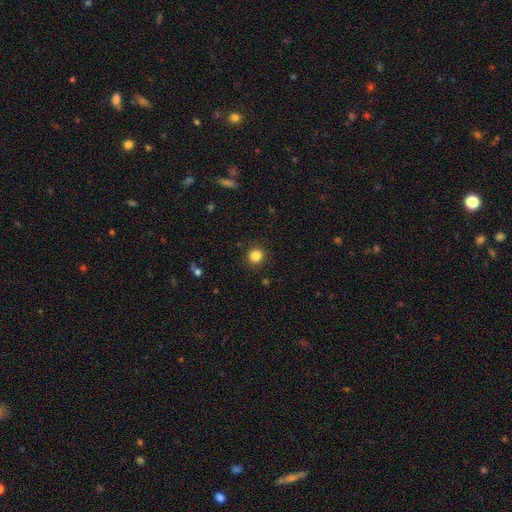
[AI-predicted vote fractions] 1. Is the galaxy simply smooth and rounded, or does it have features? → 84% smooth, 12% star or artifact, 4% featured or disk.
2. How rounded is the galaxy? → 91% round, 8% in between, 1% cigar-shaped.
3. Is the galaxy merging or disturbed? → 91% none, 6% minor disturbance, 2% major disturbance, 1% merger.